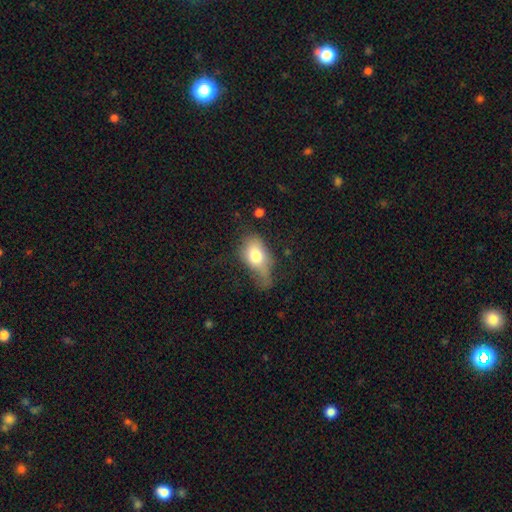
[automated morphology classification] Overall: smooth (74%). How rounded: in between (85%). Merging: minor disturbance (36%; major disturbance 32%).